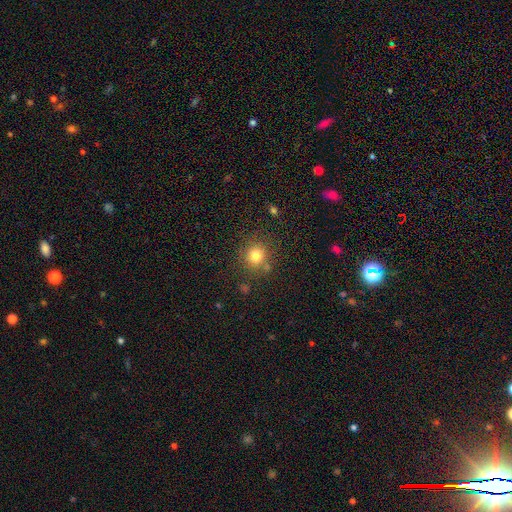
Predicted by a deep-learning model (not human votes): smooth_or_featured: smooth (p=0.80) [alt: star or artifact p=0.13]
how_rounded: round (p=0.90) [alt: in between p=0.09]
merging: none (p=0.81) [alt: minor disturbance p=0.10]